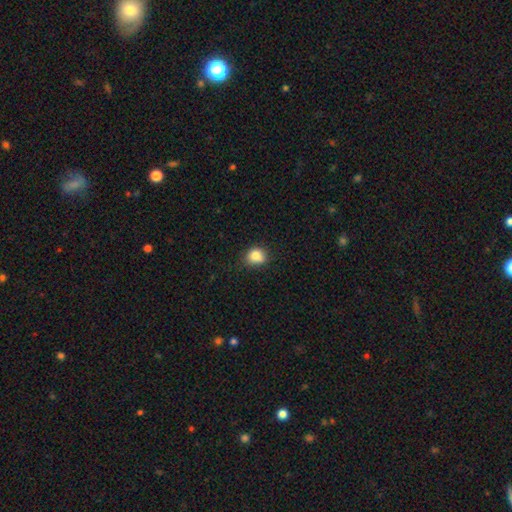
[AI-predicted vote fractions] This is clearly a smooth galaxy (82%). How rounded: likely round (67%). Merging: likely none (65%).